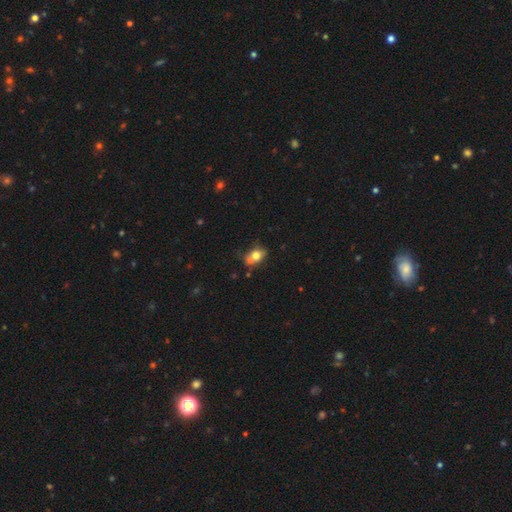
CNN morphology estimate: Smooth or featured? smooth (72%)
How rounded? in between (62%)
Merging? none (47%)